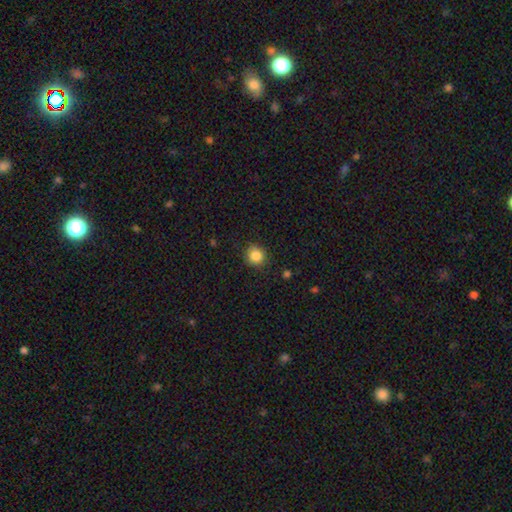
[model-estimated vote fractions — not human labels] This is clearly a smooth galaxy (85%). How rounded: clearly round (87%). Merging: clearly none (85%).